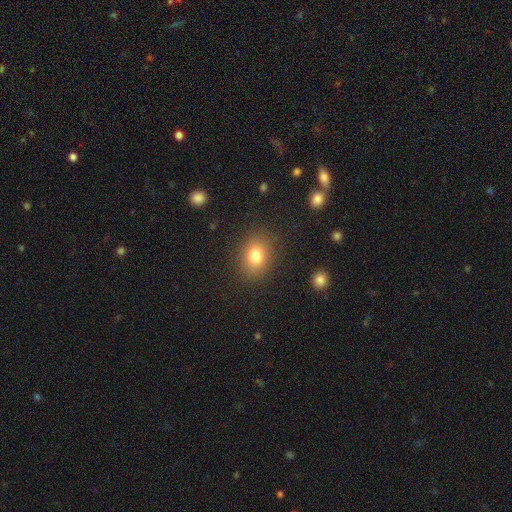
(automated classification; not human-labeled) Smooth or featured: smooth — 78% (star or artifact — 12%)
How rounded: in between — 54% (round — 45%)
Merging: none — 86% (minor disturbance — 9%)